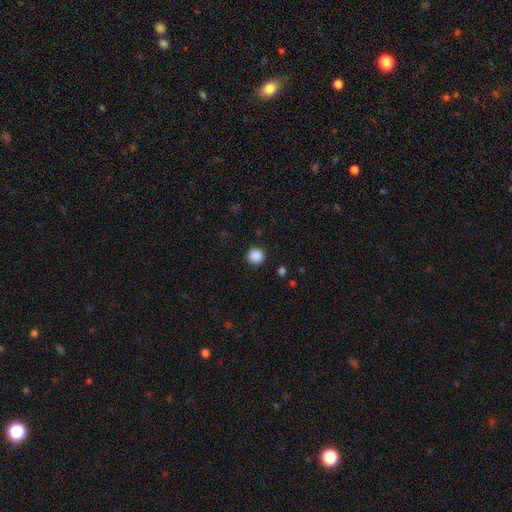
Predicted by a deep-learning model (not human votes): This is clearly a smooth galaxy (88%). How rounded: clearly round (93%). Merging: clearly none (91%).